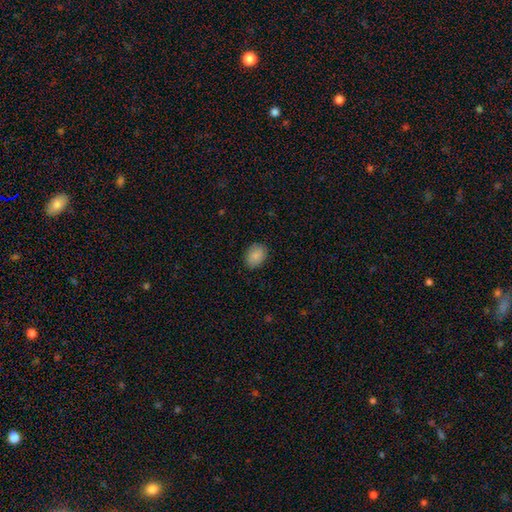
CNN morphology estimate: smooth_or_featured: smooth (p=0.88) [alt: star or artifact p=0.07]
how_rounded: in between (p=0.70) [alt: round p=0.29]
merging: none (p=0.86) [alt: minor disturbance p=0.11]